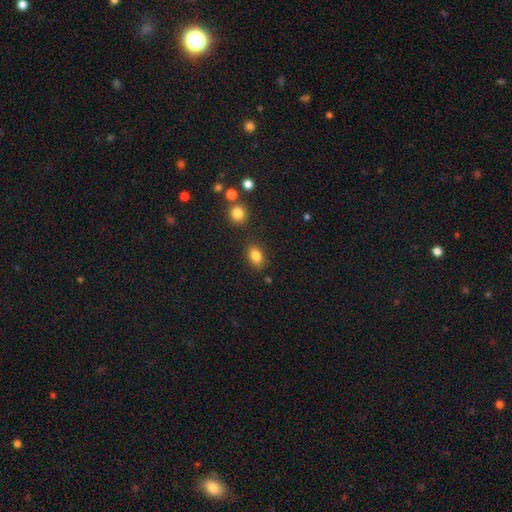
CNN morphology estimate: smooth-or-featured: smooth: 84% | star or artifact: 10% | featured or disk: 6%
  how-rounded: in between: 80% | round: 18% | cigar-shaped: 2%
  merging: none: 82% | minor disturbance: 11% | merger: 4% | major disturbance: 3%